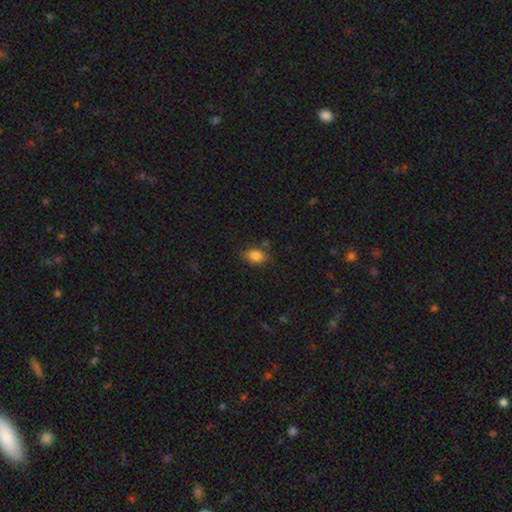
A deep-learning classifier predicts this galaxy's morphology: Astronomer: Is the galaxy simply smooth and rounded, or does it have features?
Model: smooth — 85%.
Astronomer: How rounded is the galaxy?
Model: in between — 81%.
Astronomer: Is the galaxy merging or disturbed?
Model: none — 73%.